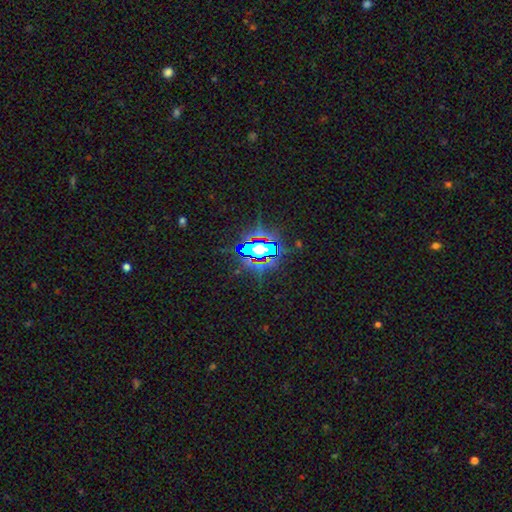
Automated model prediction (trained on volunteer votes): Smooth or featured? Predicted: star or artifact (p=0.68).